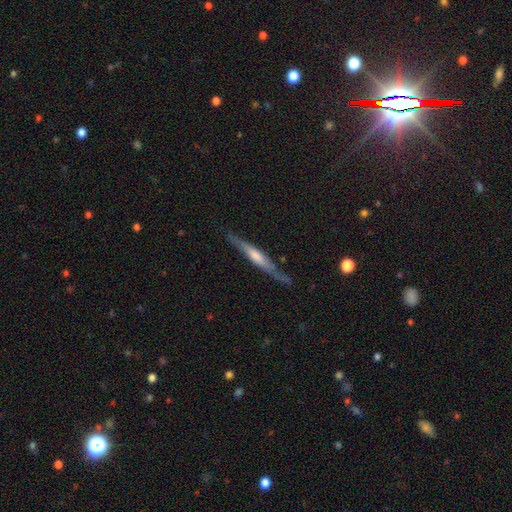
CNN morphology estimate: Smooth or featured? Predicted: featured or disk (p=0.73). Edge-on disk? Predicted: yes (p=0.94). Edge-on bulge? Predicted: rounded (p=0.49). Merging? Predicted: none (p=0.81).